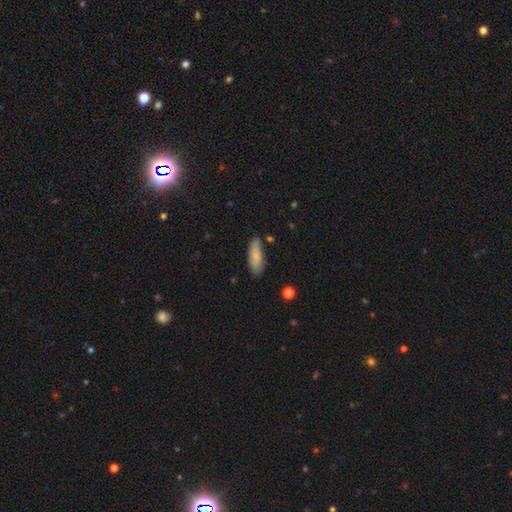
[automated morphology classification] This appears to be a smooth galaxy with no disk features (81%) that is in between round and cigar-shaped (64%). Merging: none (78%).